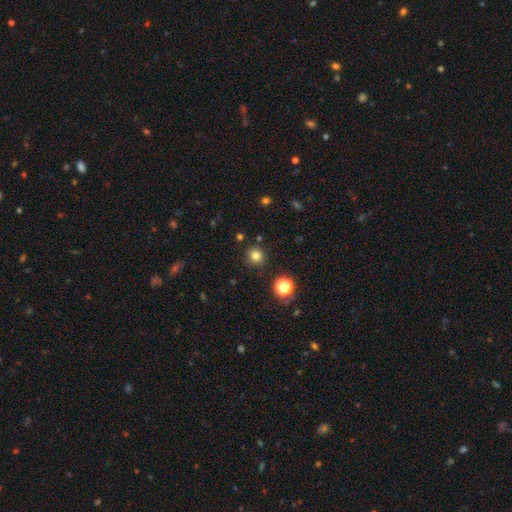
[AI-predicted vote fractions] smooth 79%, star or artifact 15%, featured or disk 6%. Down the decision tree: how rounded — round (92%); merging — none (88%).